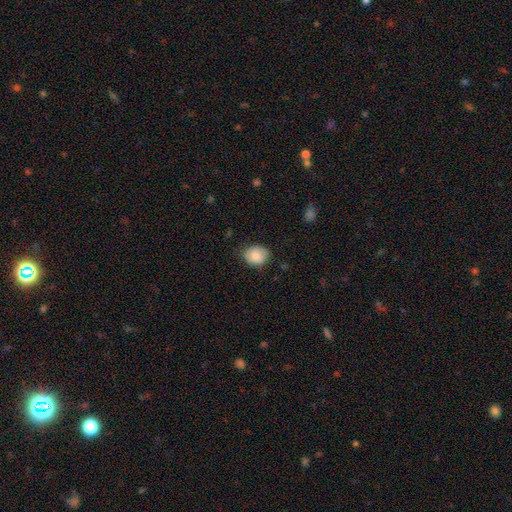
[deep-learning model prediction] A smooth galaxy with no disk features (86%) that is in between round and cigar-shaped (52%). Merging: none (75%).